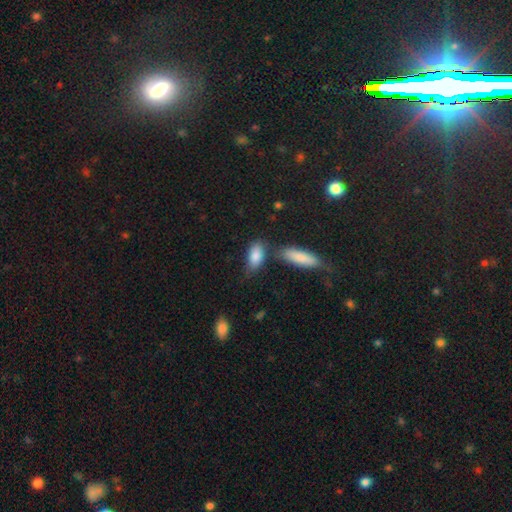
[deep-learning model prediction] This appears to be a smooth galaxy with no disk features (85%) that is in between round and cigar-shaped (84%). Merging: none (56%).